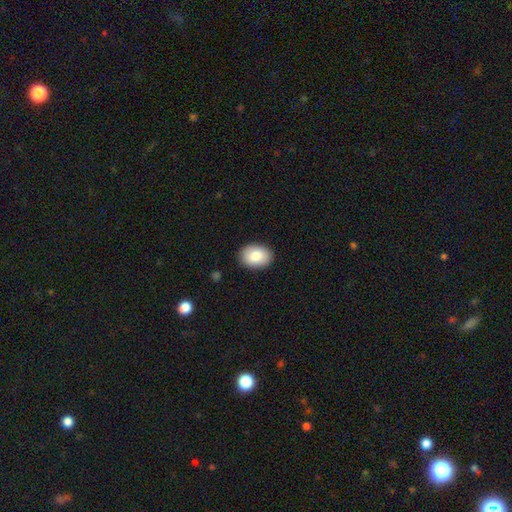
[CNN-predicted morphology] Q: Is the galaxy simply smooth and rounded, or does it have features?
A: smooth — 85%.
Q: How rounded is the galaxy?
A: in between — 77%.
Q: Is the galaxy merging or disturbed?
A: none — 89%.